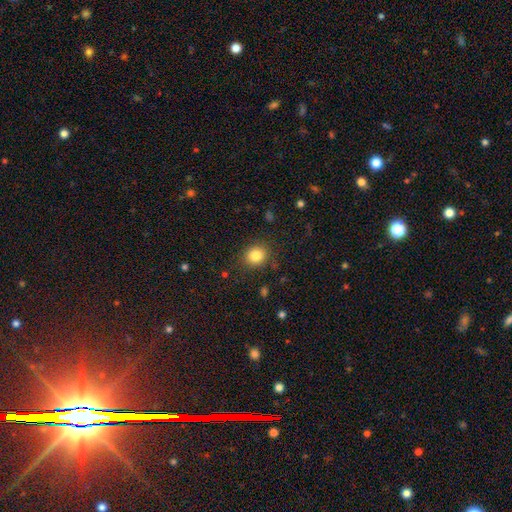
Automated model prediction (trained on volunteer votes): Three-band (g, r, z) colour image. It shows a smooth galaxy with no disk features (82%) that is round (78%). Merging: none (85%).